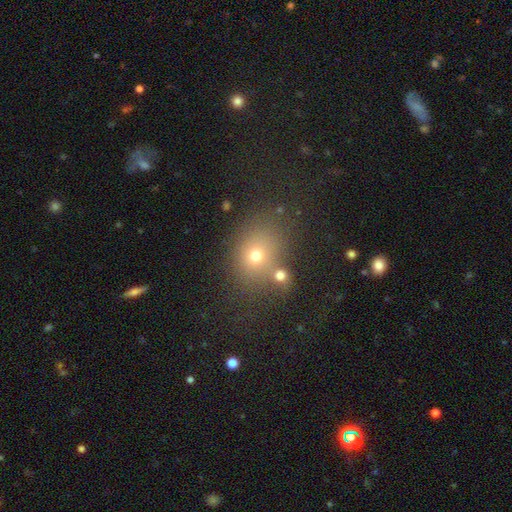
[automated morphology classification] Smooth or featured: smooth — 66% (star or artifact — 20%)
How rounded: round — 60% (in between — 39%)
Merging: none — 58% (merger — 22%)